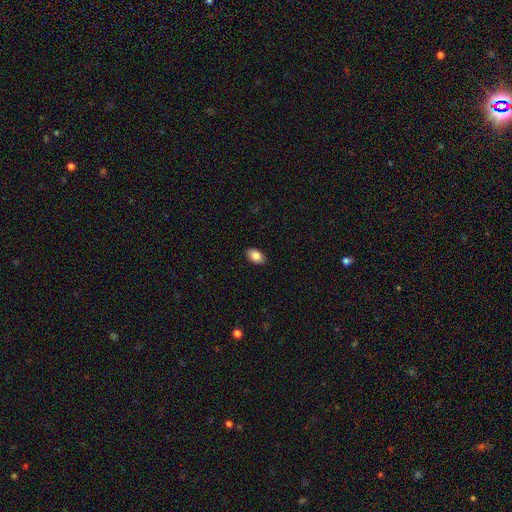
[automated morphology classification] This is clearly a smooth galaxy (86%). How rounded: clearly in between (91%). Merging: clearly none (89%).